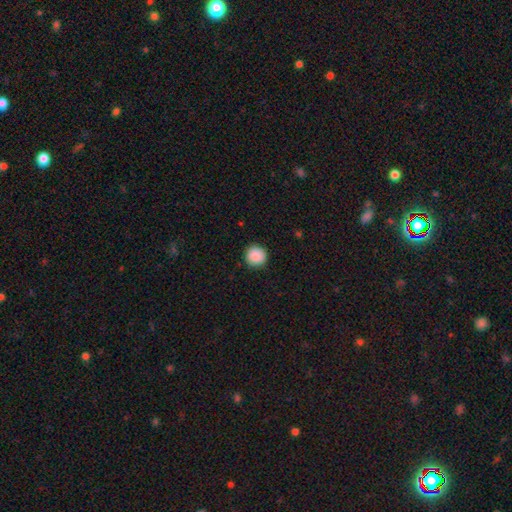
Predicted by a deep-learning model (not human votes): smooth 89%, star or artifact 8%, featured or disk 3%. Down the decision tree: how rounded — round (95%); merging — none (91%).